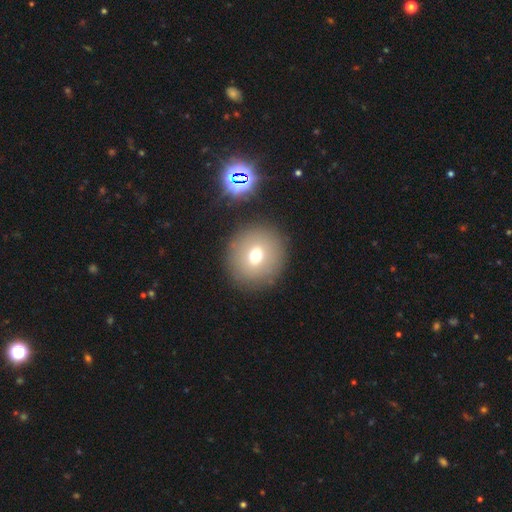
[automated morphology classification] smooth_or_featured: smooth (p=0.67) [alt: featured or disk p=0.19]
how_rounded: round (p=0.87) [alt: in between p=0.12]
merging: none (p=0.86) [alt: minor disturbance p=0.07]